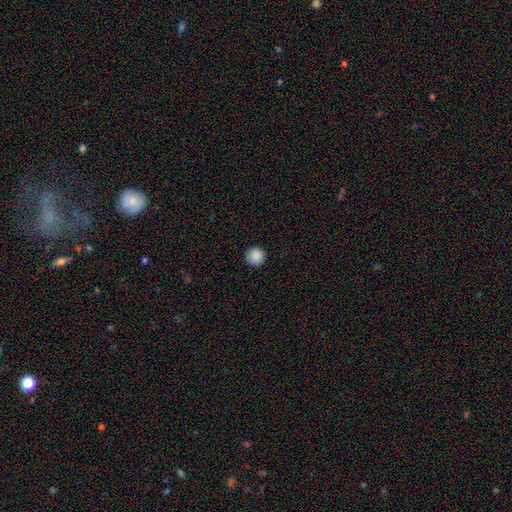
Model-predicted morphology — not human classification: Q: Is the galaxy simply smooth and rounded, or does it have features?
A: smooth — 89%.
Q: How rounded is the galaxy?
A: round — 96%.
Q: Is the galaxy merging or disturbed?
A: none — 92%.